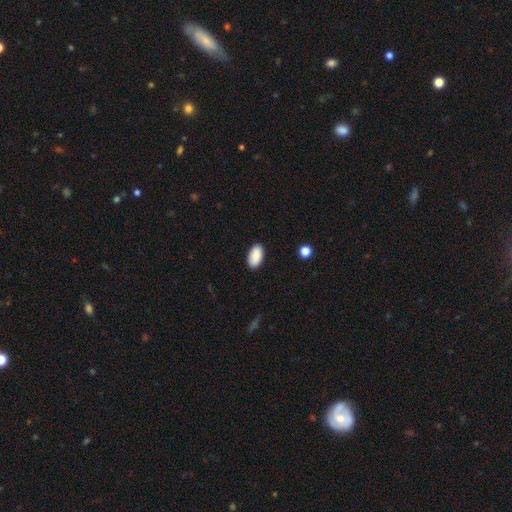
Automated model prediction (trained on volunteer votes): smooth 89%, star or artifact 7%, featured or disk 5%. Down the decision tree: how rounded — in between (95%); merging — none (88%).